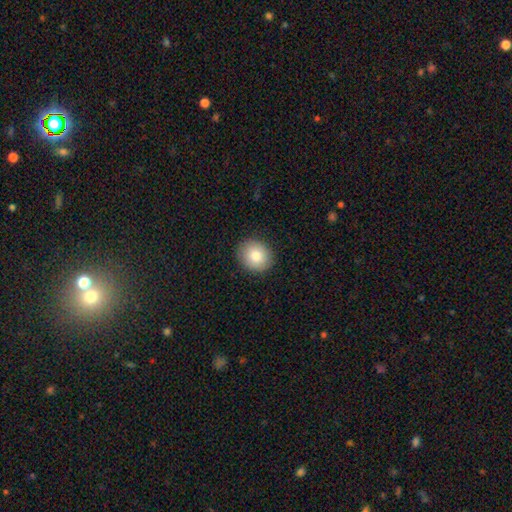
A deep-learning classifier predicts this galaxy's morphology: Smooth or featured? smooth (82%)
How rounded? round (74%)
Merging? none (90%)